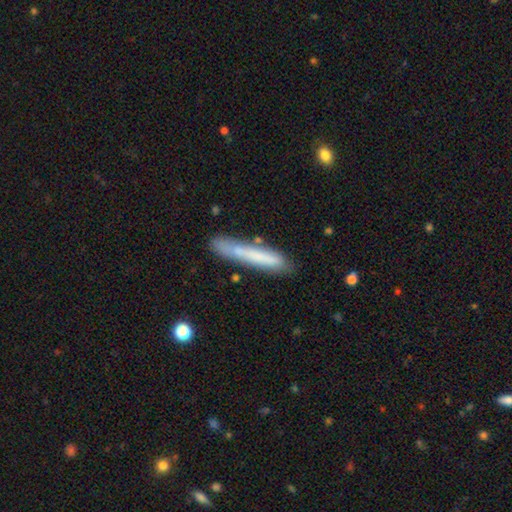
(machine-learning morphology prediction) A smooth galaxy with no disk features (67%) that is cigar-shaped (94%).

Vote fractions:
- Smooth or featured? smooth: 67% / featured or disk: 26% / star or artifact: 7%
- How rounded? cigar-shaped: 94% / in between: 4% / round: 1%
- Merging? none: 74% / minor disturbance: 18% / merger: 4% / major disturbance: 4%